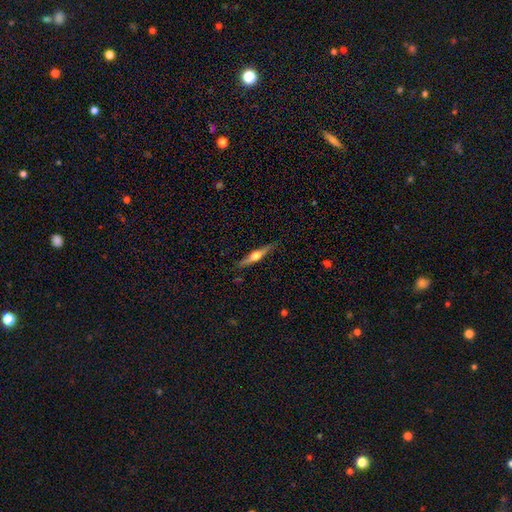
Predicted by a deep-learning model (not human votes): Smooth or featured?
  - featured or disk: 70% *
  - smooth: 25%
  - star or artifact: 6%
Edge-on disk?
  - yes: 98% *
  - no: 2%
Edge-on bulge?
  - rounded: 94% *
  - boxy: 4%
  - none: 2%
Merging?
  - none: 86% *
  - minor disturbance: 10%
  - major disturbance: 2%
  - merger: 1%